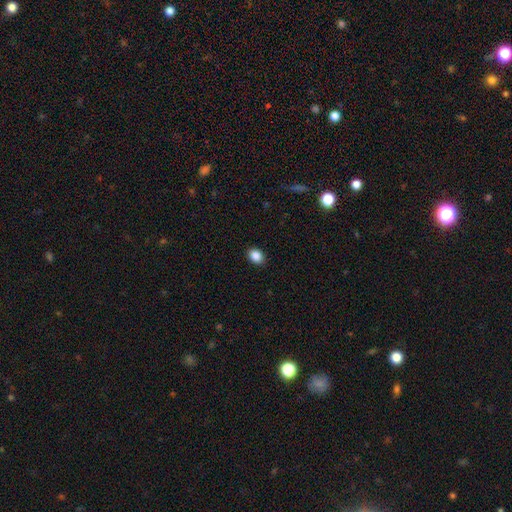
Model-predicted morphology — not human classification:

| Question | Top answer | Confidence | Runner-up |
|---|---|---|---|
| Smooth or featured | smooth | 87% | star or artifact (9%) |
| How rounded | in between | 58% | round (41%) |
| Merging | none | 90% | minor disturbance (7%) |